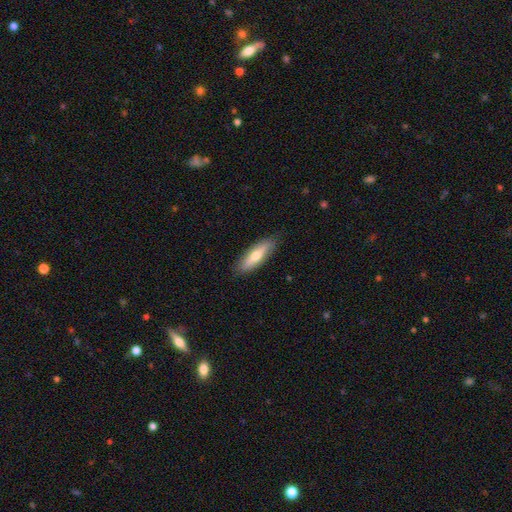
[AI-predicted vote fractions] This appears to be a smooth galaxy with no disk features (60%) that is cigar-shaped (50%). Merging: none (85%).